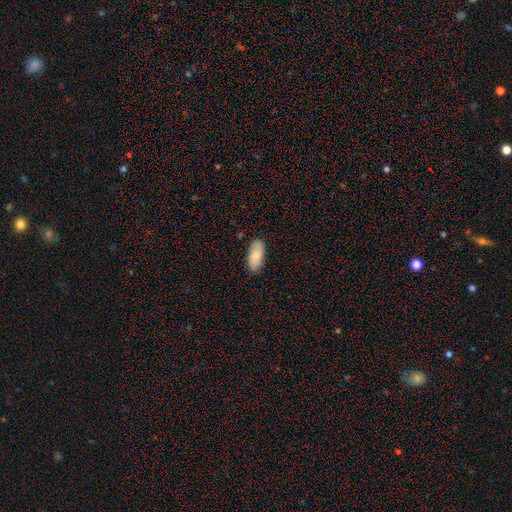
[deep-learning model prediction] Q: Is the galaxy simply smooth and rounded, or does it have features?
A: smooth — 84%.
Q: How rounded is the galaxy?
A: in between — 90%.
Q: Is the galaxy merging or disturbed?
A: none — 85%.